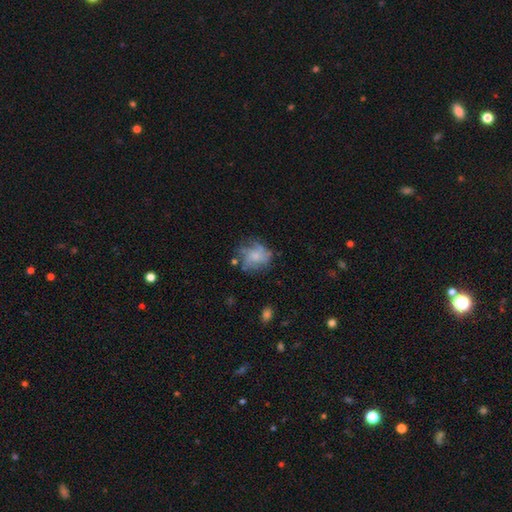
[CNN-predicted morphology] Smooth or featured? Predicted: smooth (p=0.46). Merging? Predicted: none (p=0.56).